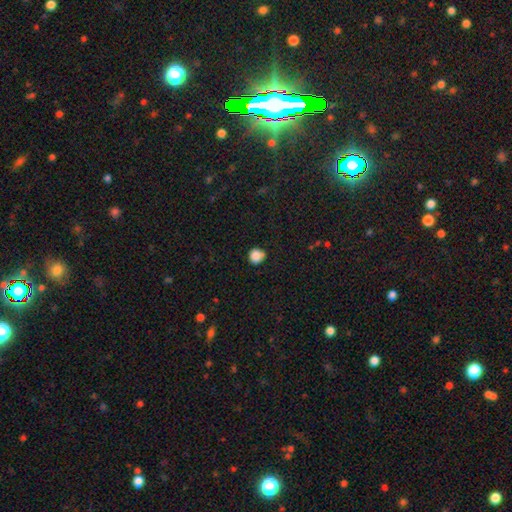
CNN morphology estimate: Smooth or featured? smooth (86%)
How rounded? round (90%)
Merging? none (80%)